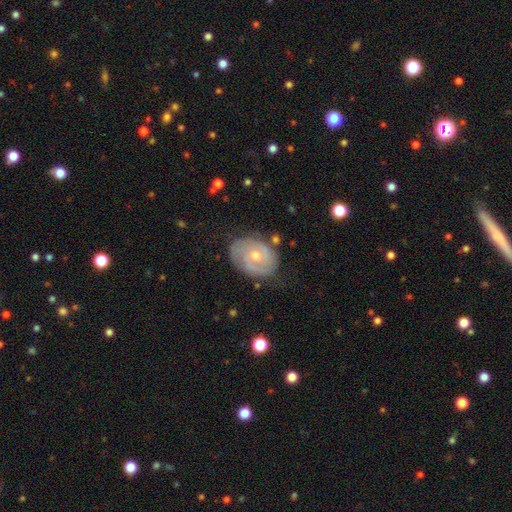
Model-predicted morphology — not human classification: A featured or disk galaxy (75%) with no bar (67%), 2 (50%) tight (60%) spiral arms (89%) and a small central bulge (50%). Merging: none (74%).